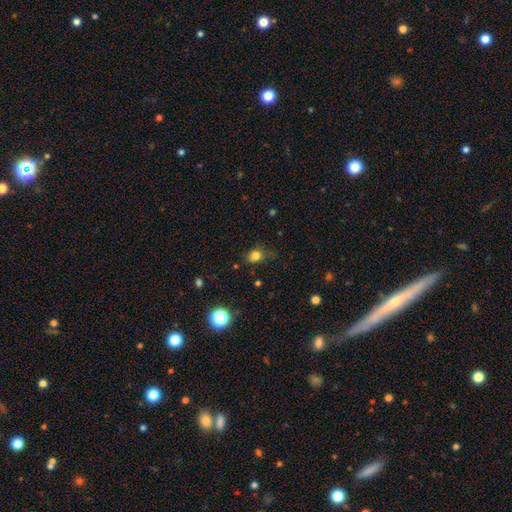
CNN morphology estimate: Q: Smooth or featured?
A: smooth (80%); runner-up: star or artifact (14%)
Q: How rounded?
A: round (52%); runner-up: in between (46%)
Q: Merging?
A: none (62%); runner-up: minor disturbance (27%)